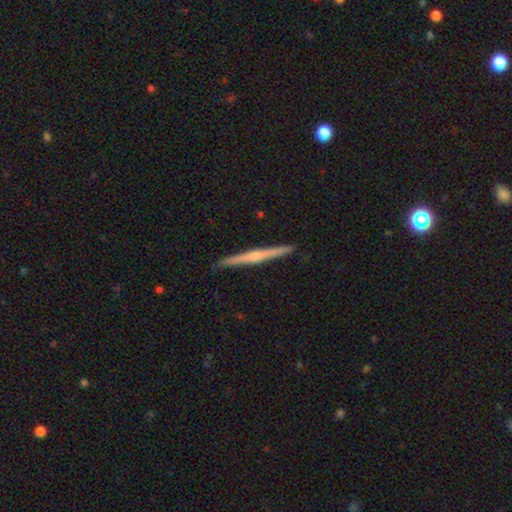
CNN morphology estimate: The model was most divided on "edge-on bulge": rounded: 65%, none: 27%, boxy: 9%. More confident: edge-on disk — yes (98%); merging — none (92%); smooth or featured — featured or disk (70%).